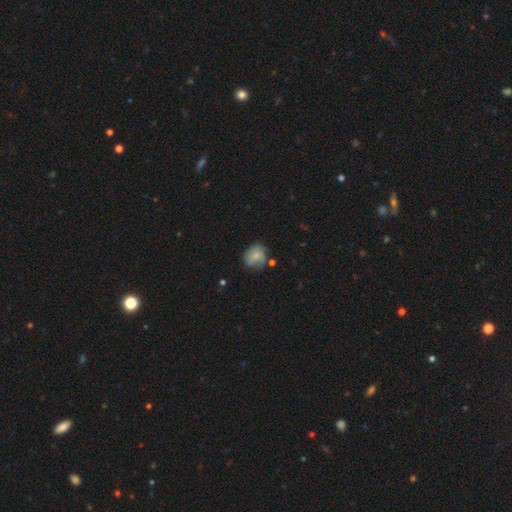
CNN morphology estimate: type=smooth (65%); roundness=round (63%); merging=none (52%).